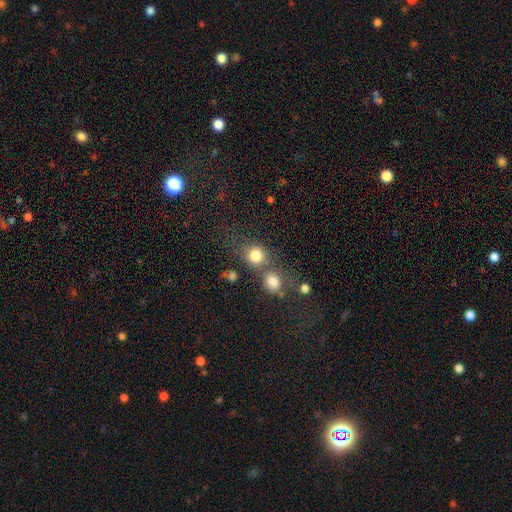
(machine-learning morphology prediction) Smooth or featured?
  - smooth: 79% *
  - star or artifact: 12%
  - featured or disk: 8%
How rounded?
  - round: 81% *
  - in between: 18%
  - cigar-shaped: 1%
Merging?
  - none: 50% *
  - merger: 35%
  - minor disturbance: 10%
  - major disturbance: 6%